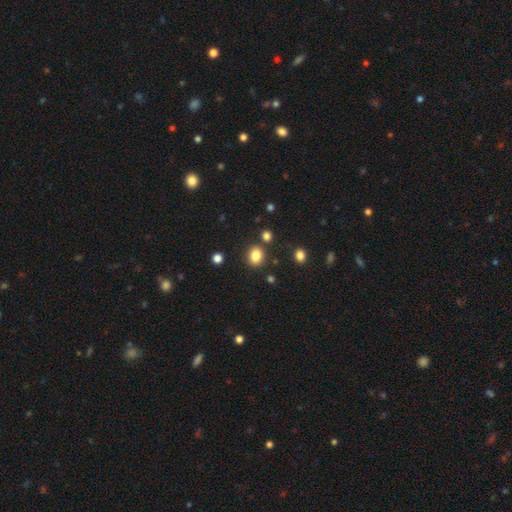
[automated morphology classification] smooth 84%, star or artifact 11%, featured or disk 5%. Down the decision tree: how rounded — round (61%); merging — none (83%).